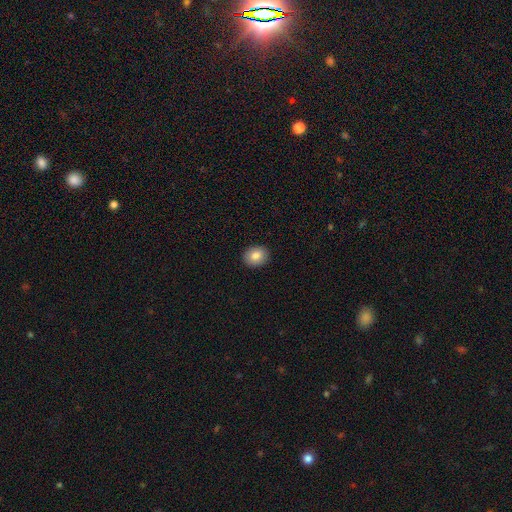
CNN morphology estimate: This is clearly a smooth galaxy (84%). How rounded: possibly round (53%). Merging: clearly none (92%).